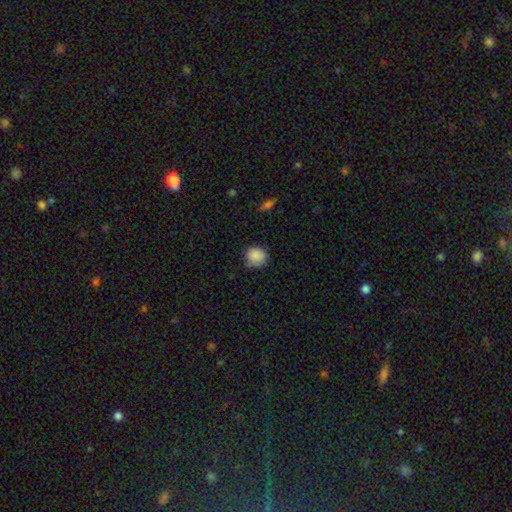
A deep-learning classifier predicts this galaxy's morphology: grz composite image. It shows a smooth galaxy with no disk features (87%) that is round (85%). Merging: none (74%).